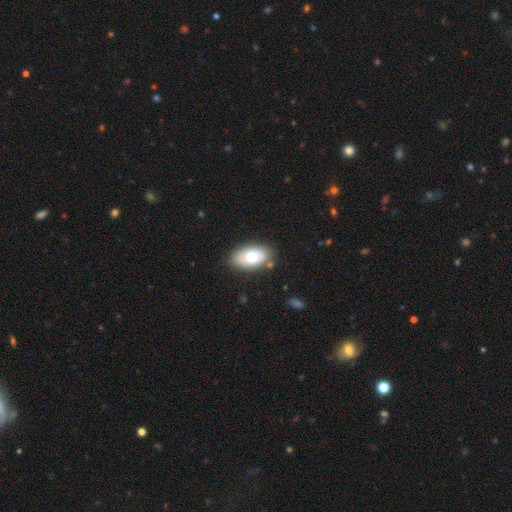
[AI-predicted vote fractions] Smooth or featured? Predicted: smooth (p=0.67). How rounded? Predicted: in between (p=0.90). Merging? Predicted: none (p=0.82).